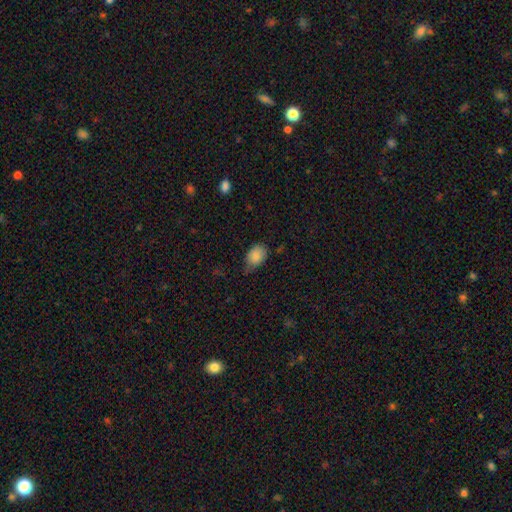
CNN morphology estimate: smooth-or-featured: smooth: 85% | star or artifact: 8% | featured or disk: 7%
  how-rounded: in between: 78% | round: 21% | cigar-shaped: 1%
  merging: none: 48% | minor disturbance: 40% | major disturbance: 9% | merger: 2%